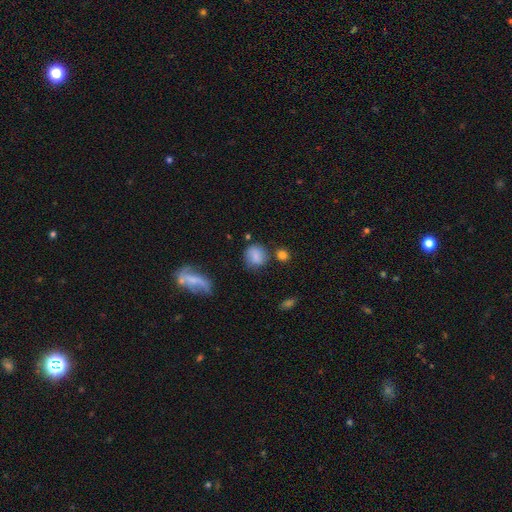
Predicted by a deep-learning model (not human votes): smooth_or_featured: smooth (p=0.74) [alt: featured or disk p=0.15]
how_rounded: round (p=0.68) [alt: in between p=0.30]
merging: none (p=0.66) [alt: minor disturbance p=0.20]